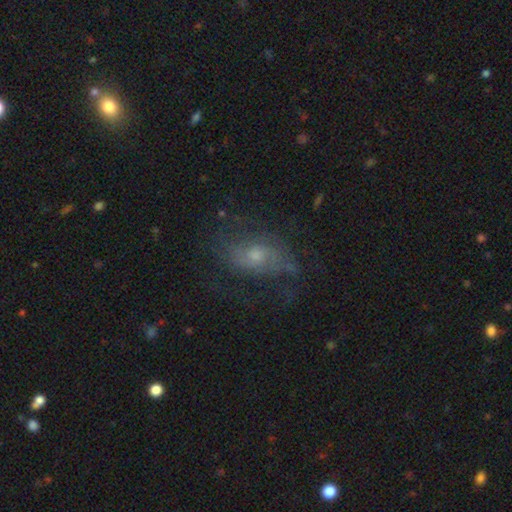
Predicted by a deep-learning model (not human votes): A featured or disk galaxy (61%) with no bar (69%), spiral arms (78%) and a moderate central bulge (46%).

Vote fractions:
- Smooth or featured? featured or disk: 61% / smooth: 28% / star or artifact: 11%
- Edge-on disk? no: 95% / yes: 5%
- Bar? no: 69% / weak: 27% / strong: 4%
- Spiral arms? yes: 78% / no: 22%
- Bulge size? moderate: 46% / small: 43% / large: 5% / none: 4% / dominant: 1%
- Merging? none: 55% / minor disturbance: 22% / major disturbance: 20% / merger: 2%